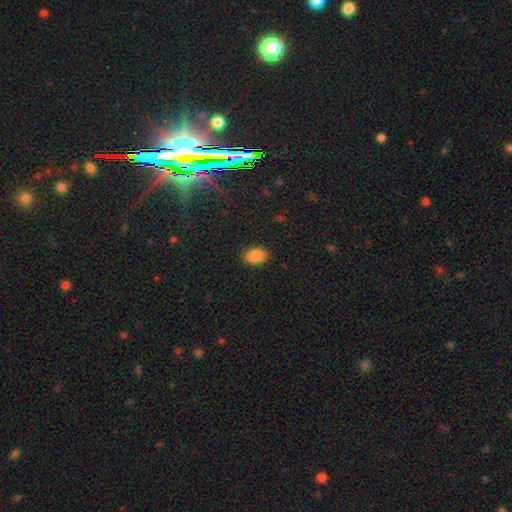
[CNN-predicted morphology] Overall: smooth (87%). How rounded: in between (87%). Merging: none (87%).